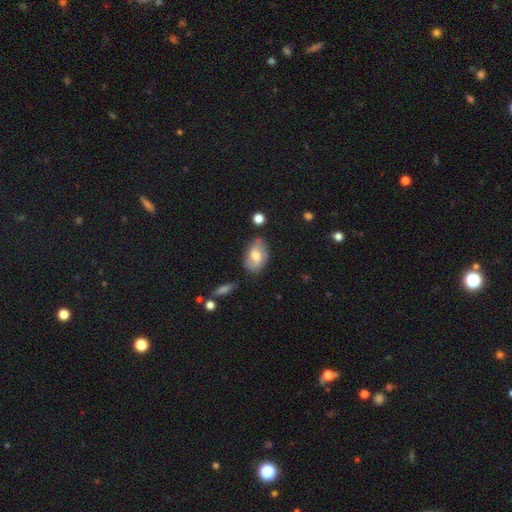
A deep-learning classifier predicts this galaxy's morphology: Q: Smooth or featured?
A: smooth (48%); runner-up: featured or disk (45%)
Q: Merging?
A: none (68%); runner-up: minor disturbance (22%)